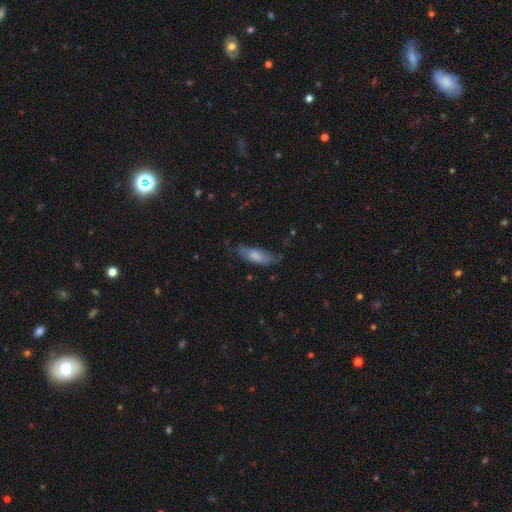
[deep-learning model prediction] smooth-or-featured: smooth: 69% | featured or disk: 24% | star or artifact: 6%
  how-rounded: in between: 64% | cigar-shaped: 34% | round: 2%
  merging: none: 57% | minor disturbance: 30% | major disturbance: 10% | merger: 2%